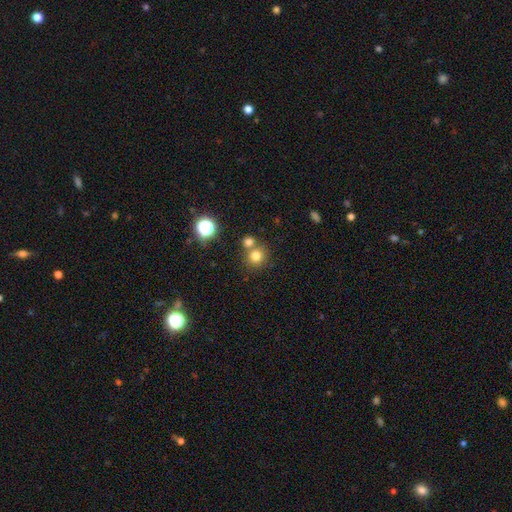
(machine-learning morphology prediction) Smooth or featured: smooth — 77% (star or artifact — 15%)
How rounded: round — 87% (in between — 12%)
Merging: none — 60% (merger — 30%)